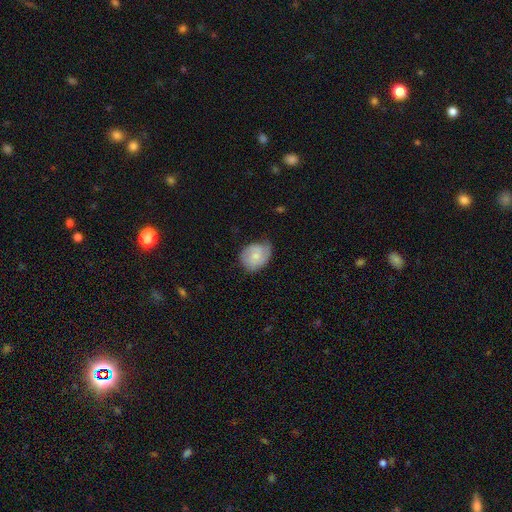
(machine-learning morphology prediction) A smooth galaxy with no disk features (59%) that is round (51%).

Vote fractions:
- Smooth or featured? smooth: 59% / featured or disk: 34% / star or artifact: 7%
- How rounded? round: 51% / in between: 48% / cigar-shaped: 1%
- Merging? none: 48% / minor disturbance: 38% / major disturbance: 12% / merger: 2%